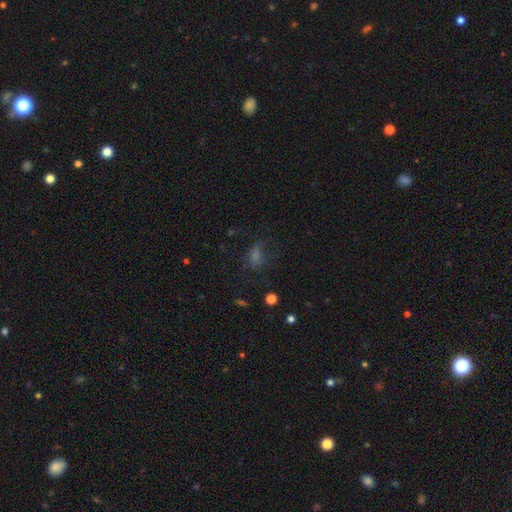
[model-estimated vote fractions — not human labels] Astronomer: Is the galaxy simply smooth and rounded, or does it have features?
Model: smooth — 56%.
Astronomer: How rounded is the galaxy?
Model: in between — 73%.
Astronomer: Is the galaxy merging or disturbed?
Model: none — 61%.